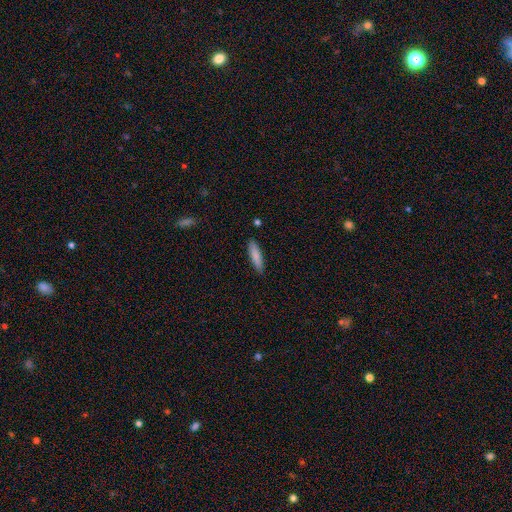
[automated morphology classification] type=smooth (83%); roundness=cigar-shaped (74%); merging=none (87%).